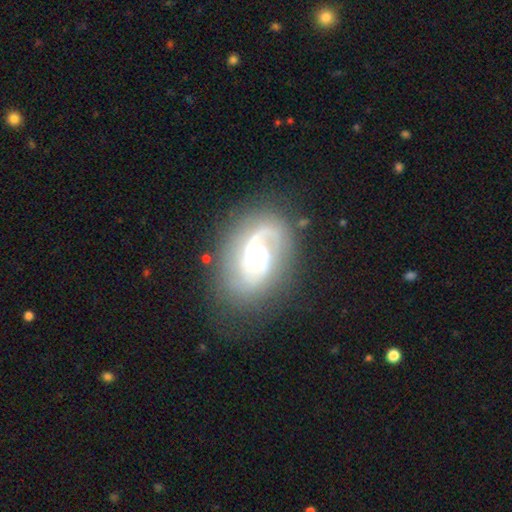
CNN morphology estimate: Overall: featured or disk (86%). Edge-on disk: no (97%). Bar: no (63%; weak 31%). Spiral arms: yes (96%). Spiral arm count: 2 (51%; 1 26%). Spiral winding: tight (43%; medium 42%). Bulge size: moderate (52%; small 40%). Merging: none (72%).